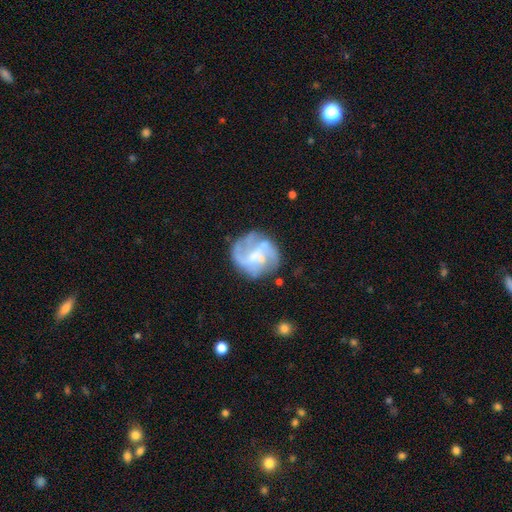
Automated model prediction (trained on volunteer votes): Morphology: type=featured or disk (74%); edge-on=no (98%); bar=weak (48%); spiral arms=yes (82%); winding=medium (42%); arm count=2 (36%); bulge=moderate (36%); merging=none (62%).